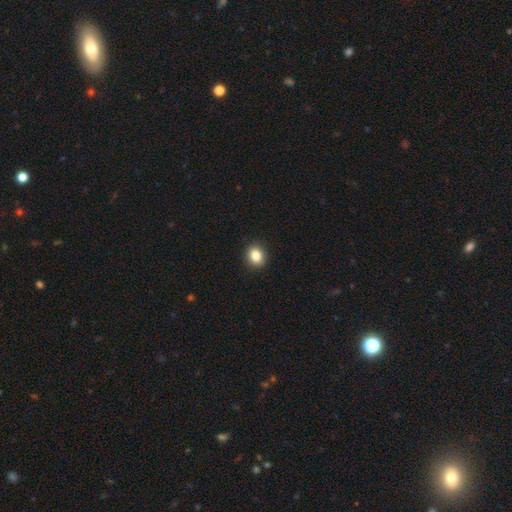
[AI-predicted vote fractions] Morphology: type=smooth (84%); roundness=round (64%); merging=none (92%).